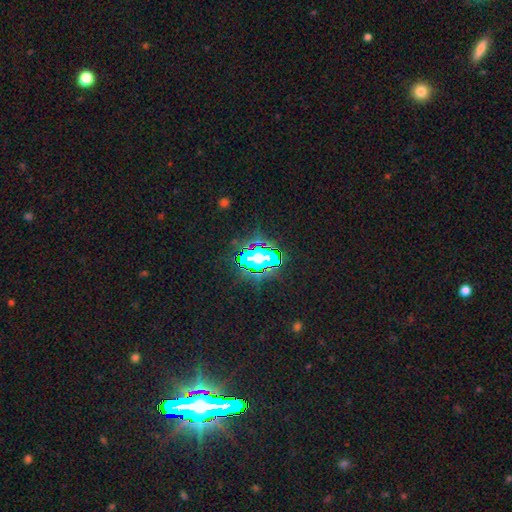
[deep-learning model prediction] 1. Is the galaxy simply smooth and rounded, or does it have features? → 61% star or artifact, 25% smooth, 13% featured or disk.